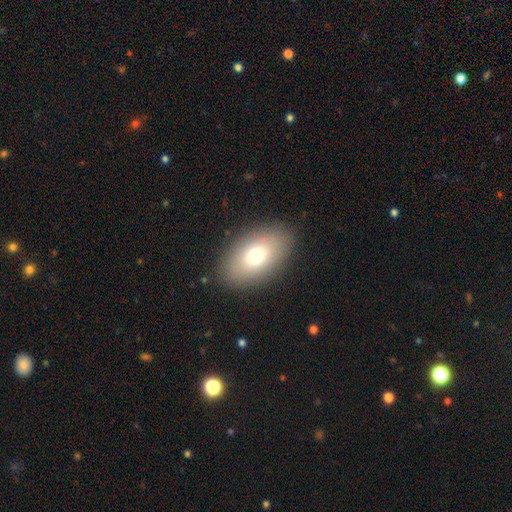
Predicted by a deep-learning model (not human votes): Overall: smooth (74%). How rounded: in between (90%). Merging: none (87%).